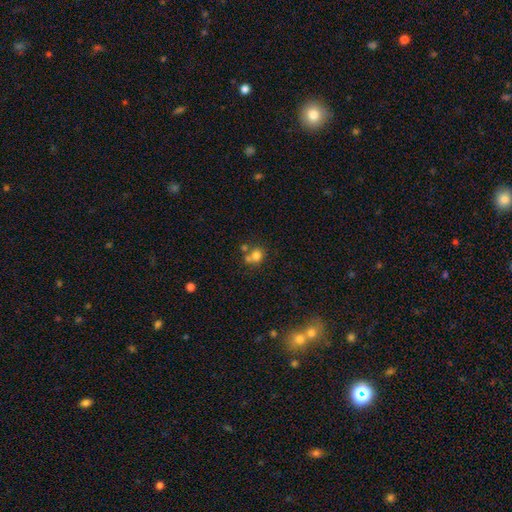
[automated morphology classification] This appears to be a smooth galaxy with no disk features (74%) that is round (73%). Merging: none (42%).